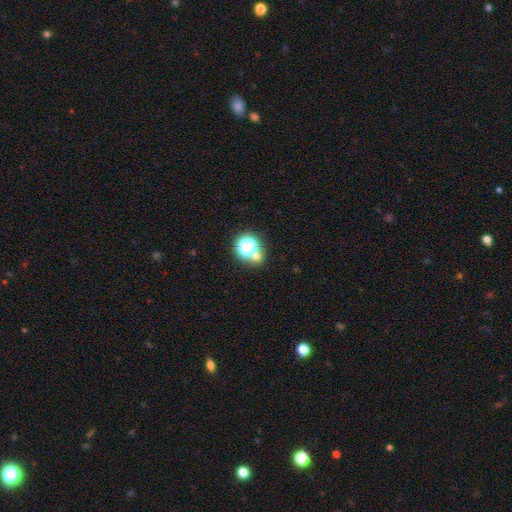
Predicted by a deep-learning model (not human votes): This is possibly a smooth galaxy (52%). How rounded: clearly round (83%). Merging: possibly none (60%).